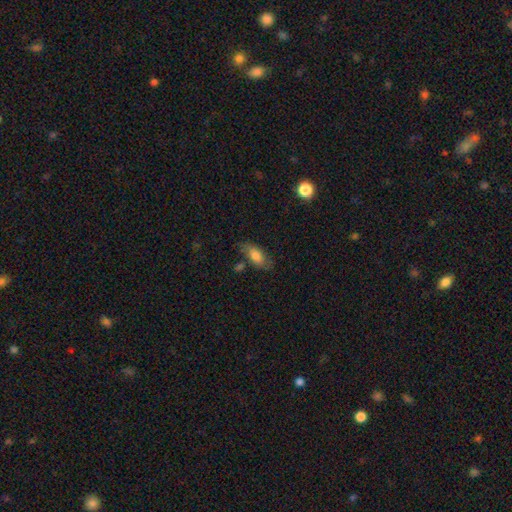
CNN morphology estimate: Smooth or featured? smooth (70%)
How rounded? in between (84%)
Merging? none (66%)